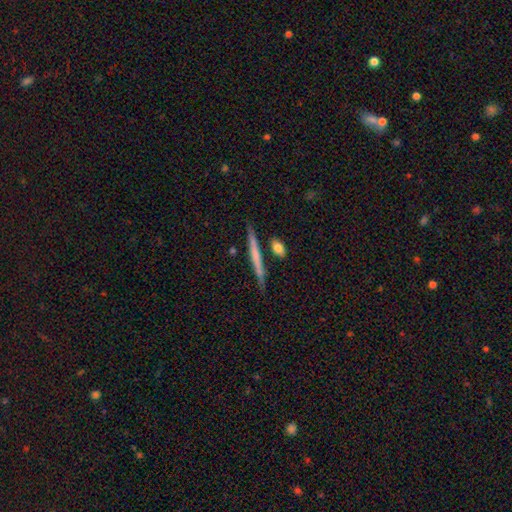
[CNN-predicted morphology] Overall: smooth (49%; featured or disk 45%). Merging: none (80%).